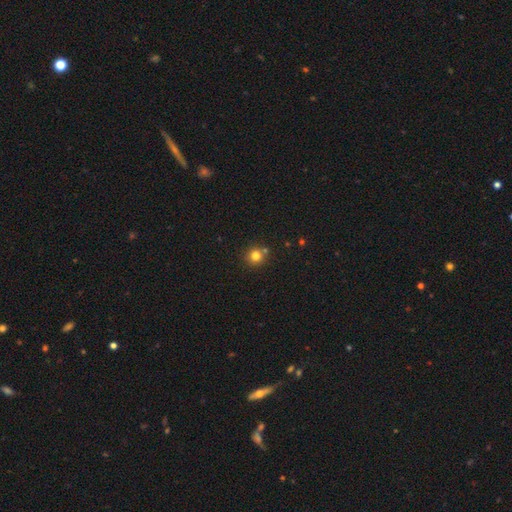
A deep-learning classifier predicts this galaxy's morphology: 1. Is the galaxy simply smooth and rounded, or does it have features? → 79% smooth, 14% star or artifact, 7% featured or disk.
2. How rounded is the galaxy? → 93% round, 6% in between, 1% cigar-shaped.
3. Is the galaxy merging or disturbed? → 76% none, 13% merger, 8% minor disturbance, 2% major disturbance.